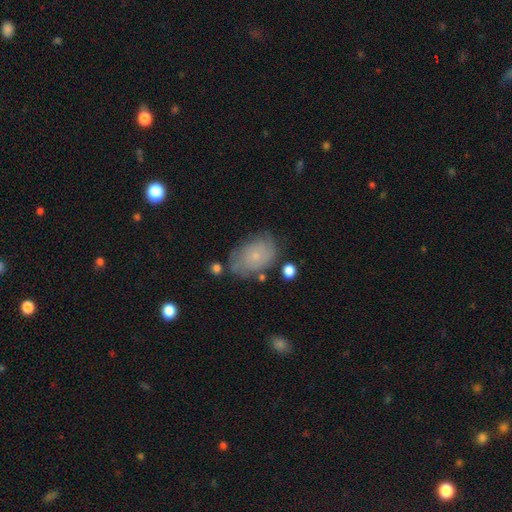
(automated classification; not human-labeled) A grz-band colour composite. It shows a smooth galaxy with no disk features (52%) that is in between round and cigar-shaped (83%). Merging: none (64%).